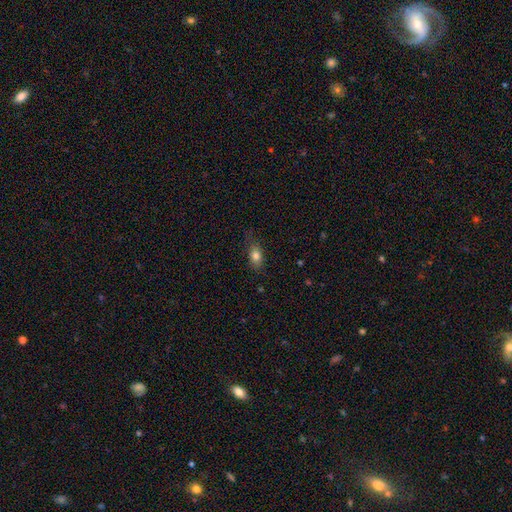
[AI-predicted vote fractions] smooth 79%, featured or disk 12%, star or artifact 9%. Down the decision tree: how rounded — in between (78%); merging — none (69%).